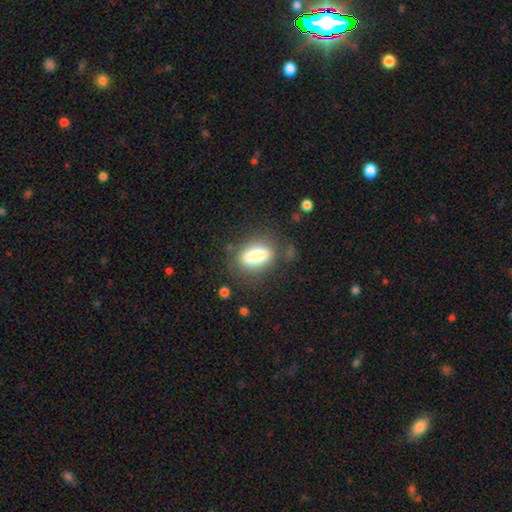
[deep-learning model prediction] Smooth or featured: smooth — 72% (featured or disk — 19%)
How rounded: in between — 60% (cigar-shaped — 33%)
Merging: none — 72% (minor disturbance — 15%)